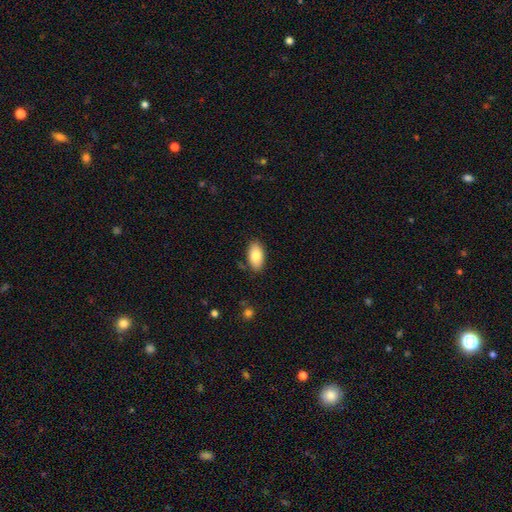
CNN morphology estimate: The model was most divided on "merging": none: 84%, minor disturbance: 12%, major disturbance: 2%, merger: 2%. More confident: how rounded — in between (94%); smooth or featured — smooth (84%).